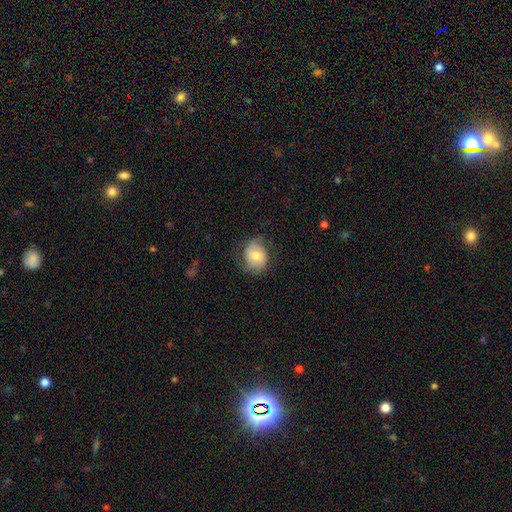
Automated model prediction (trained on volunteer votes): Overall: smooth (66%; featured or disk 27%). How rounded: round (53%; in between 46%). Merging: none (67%).